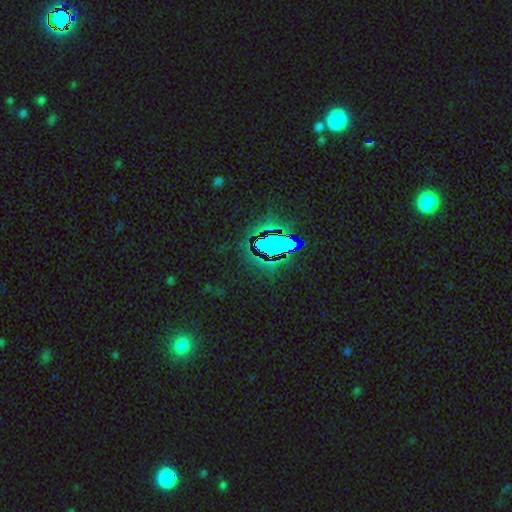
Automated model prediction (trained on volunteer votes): smooth_or_featured: star or artifact (p=0.79) [alt: smooth p=0.11]